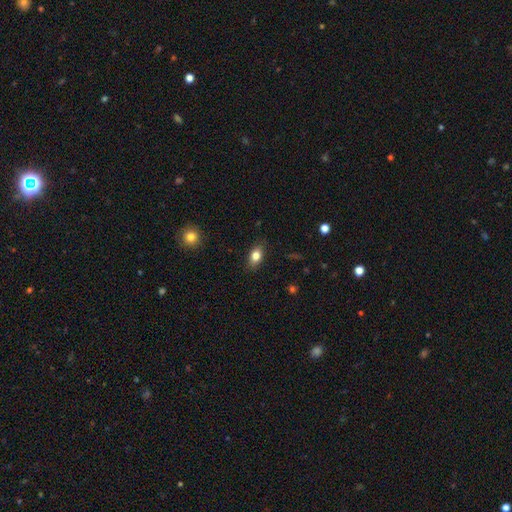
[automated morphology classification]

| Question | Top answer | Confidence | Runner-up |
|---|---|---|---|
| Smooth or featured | smooth | 81% | featured or disk (11%) |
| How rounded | in between | 84% | round (12%) |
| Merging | none | 86% | minor disturbance (11%) |